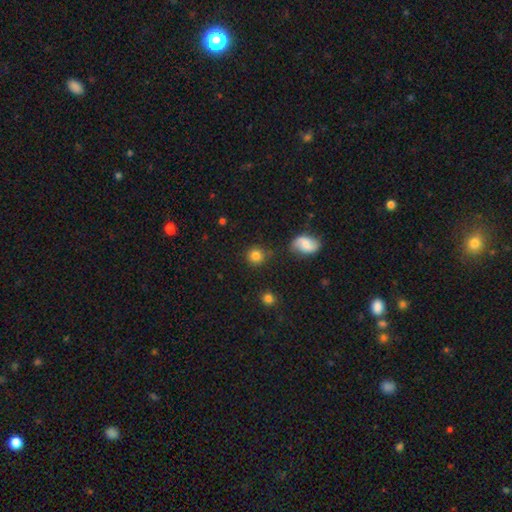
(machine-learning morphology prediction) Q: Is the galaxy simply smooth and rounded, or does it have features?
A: smooth — 83%.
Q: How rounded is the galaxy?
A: round — 89%.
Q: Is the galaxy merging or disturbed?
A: none — 78%.